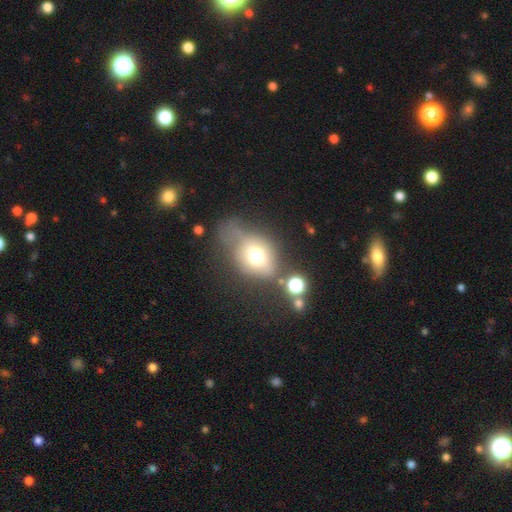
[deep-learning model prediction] smooth_or_featured: smooth (p=0.61) [alt: featured or disk p=0.25]
how_rounded: in between (p=0.57) [alt: round p=0.41]
merging: none (p=0.34) [alt: major disturbance p=0.32]